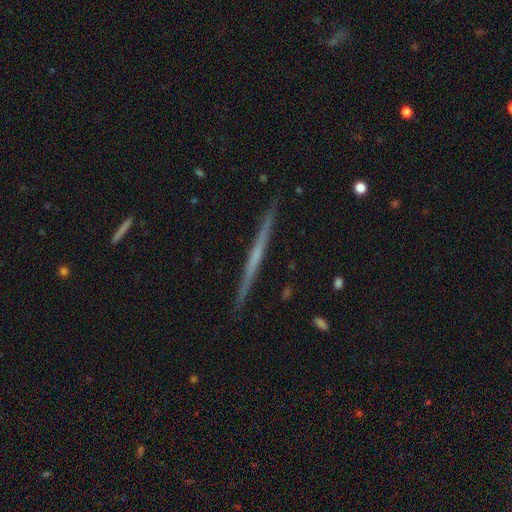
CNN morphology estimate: Q: Smooth or featured?
A: featured or disk (66%); runner-up: smooth (28%)
Q: Edge-on disk?
A: yes (98%); runner-up: no (2%)
Q: Edge-on bulge?
A: none (83%); runner-up: rounded (12%)
Q: Merging?
A: none (92%); runner-up: minor disturbance (5%)